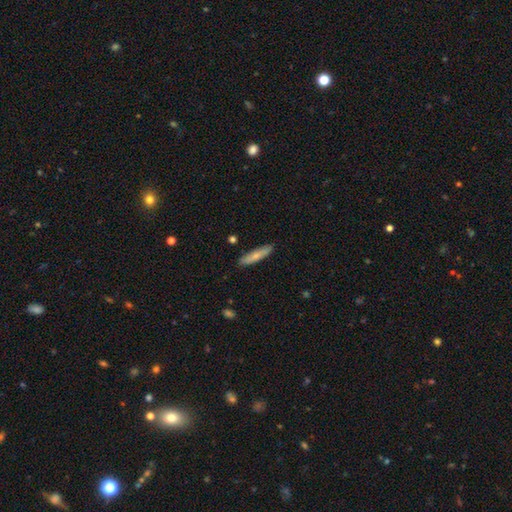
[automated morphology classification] smooth-or-featured: smooth: 68% | featured or disk: 26% | star or artifact: 6%
  how-rounded: cigar-shaped: 83% | in between: 16% | round: 2%
  merging: none: 87% | minor disturbance: 10% | major disturbance: 2% | merger: 2%